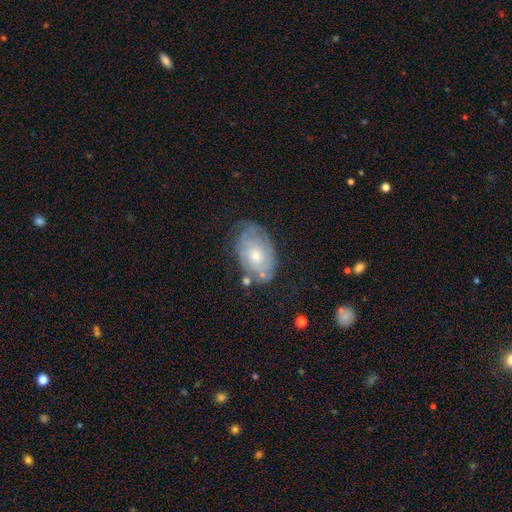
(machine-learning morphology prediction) This is likely a featured or disk galaxy (62%). It is clearly not viewed edge-on (95%). Bar: clearly no (81%). Spiral arm pattern: likely yes (75%). Central bulge: possibly moderate (49%). Merging: likely none (62%).